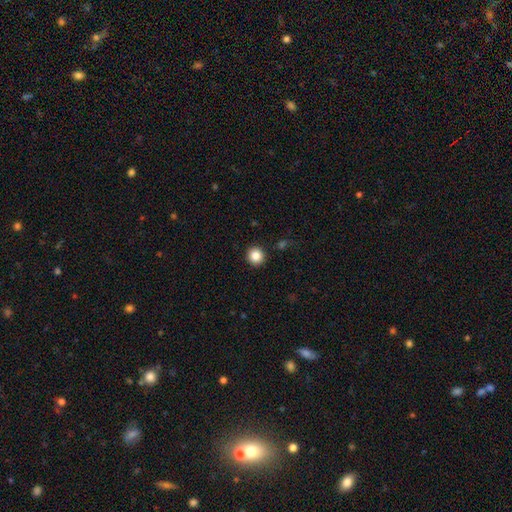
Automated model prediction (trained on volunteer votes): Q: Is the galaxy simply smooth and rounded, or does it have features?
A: smooth — 86%.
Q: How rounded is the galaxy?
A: round — 94%.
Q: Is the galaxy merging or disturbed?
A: none — 92%.